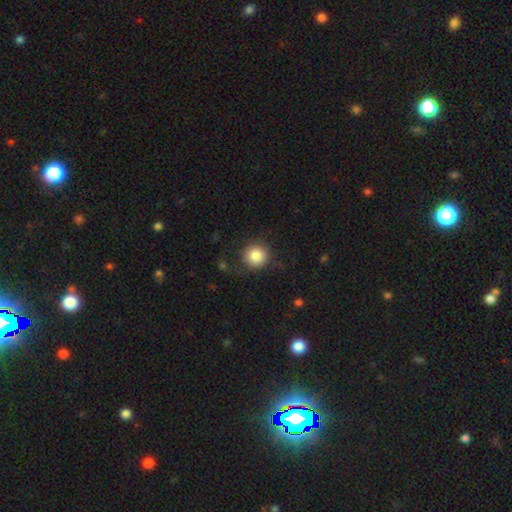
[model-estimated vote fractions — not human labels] Smooth or featured? smooth (84%)
How rounded? round (93%)
Merging? none (76%)